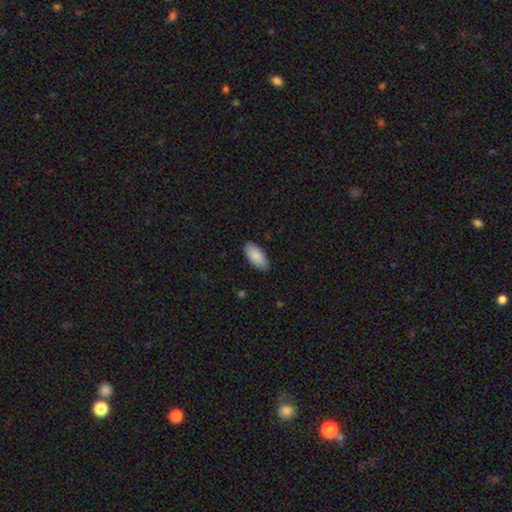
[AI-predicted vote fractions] Morphology: type=smooth (89%); roundness=in between (92%); merging=none (86%).